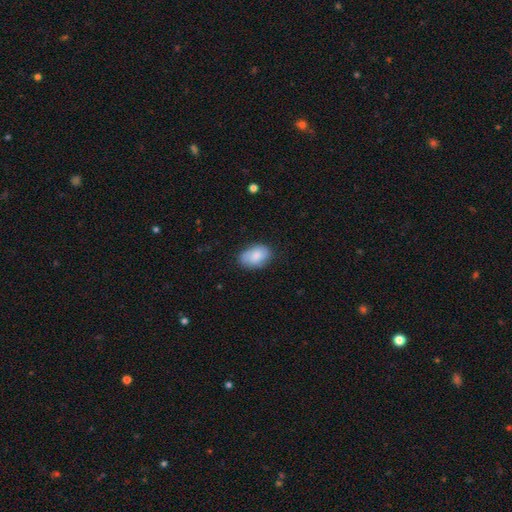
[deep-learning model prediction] Morphology: type=smooth (78%); roundness=in between (89%); merging=none (76%).